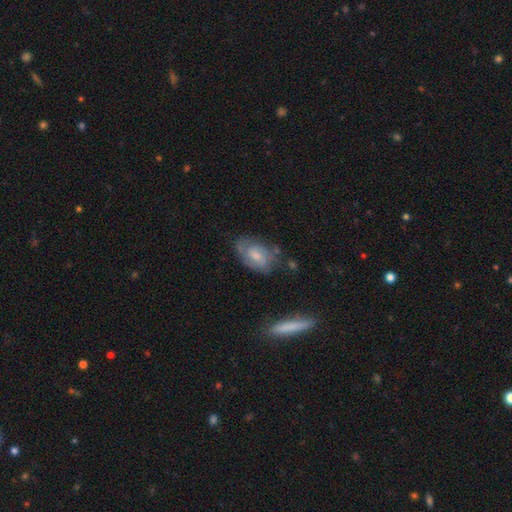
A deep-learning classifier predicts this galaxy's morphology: Smooth or featured: featured or disk — 63% (smooth — 30%)
Edge-on disk: no — 94% (yes — 6%)
Bar: no — 54% (weak — 39%)
Spiral arms: yes — 86% (no — 14%)
Spiral winding: tight — 46% (medium — 40%)
Spiral arm count: 2 — 57% (can't tell — 27%)
Bulge size: moderate — 47% (small — 36%)
Merging: none — 65% (minor disturbance — 22%)